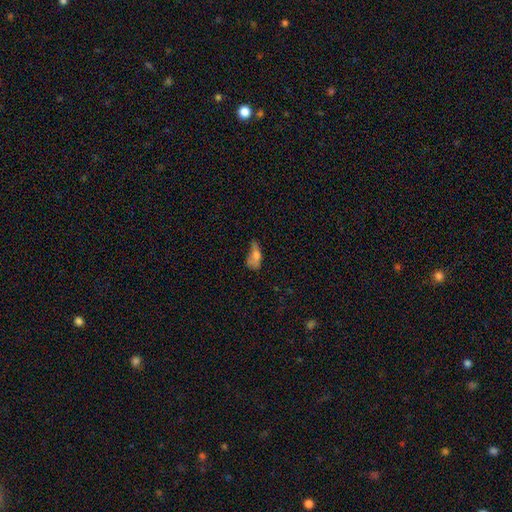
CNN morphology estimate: Smooth or featured: smooth — 67% (featured or disk — 22%)
How rounded: in between — 77% (cigar-shaped — 14%)
Merging: major disturbance — 40% (minor disturbance — 31%)